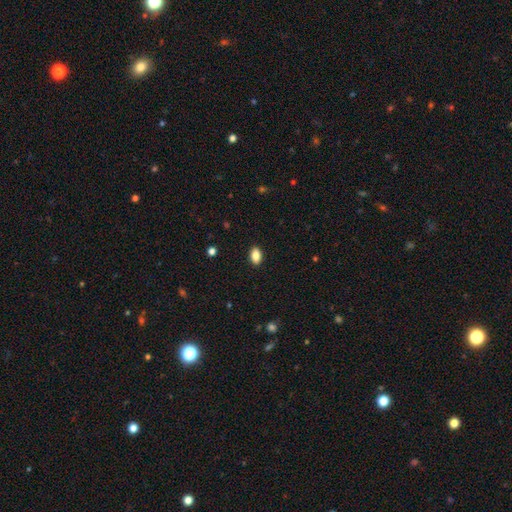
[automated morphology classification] smooth-or-featured: smooth: 87% | star or artifact: 8% | featured or disk: 5%
  how-rounded: in between: 89% | round: 9% | cigar-shaped: 2%
  merging: none: 90% | minor disturbance: 7% | major disturbance: 2% | merger: 1%